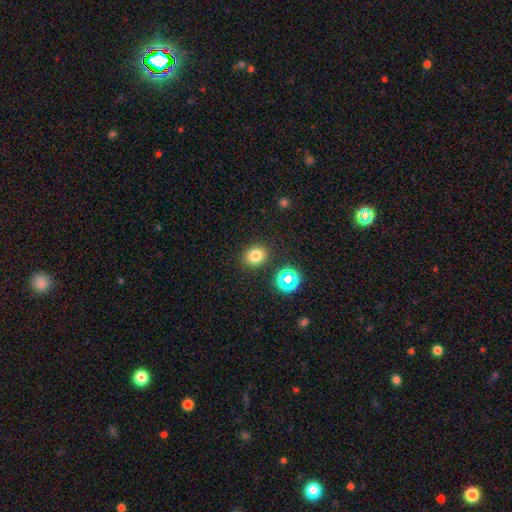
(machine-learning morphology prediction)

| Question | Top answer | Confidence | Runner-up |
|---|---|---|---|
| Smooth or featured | smooth | 77% | star or artifact (16%) |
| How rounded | round | 64% | in between (35%) |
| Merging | none | 86% | minor disturbance (8%) |